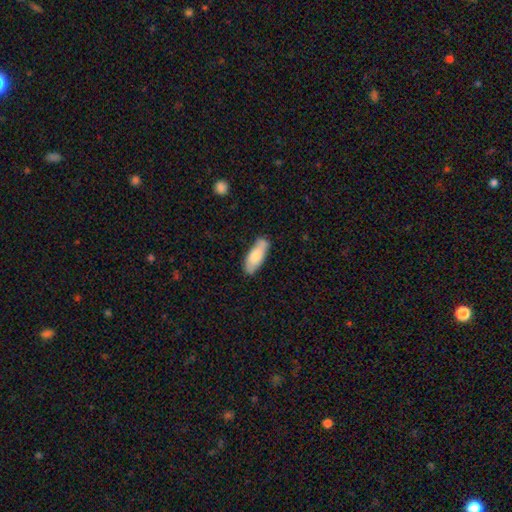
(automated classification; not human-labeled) Morphology: type=smooth (75%); roundness=in between (71%); merging=none (75%).